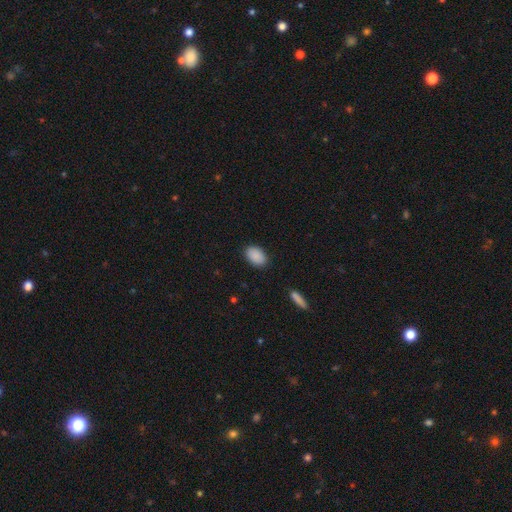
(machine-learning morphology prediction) Smooth or featured? Predicted: smooth (p=0.89). How rounded? Predicted: in between (p=0.86). Merging? Predicted: none (p=0.87).